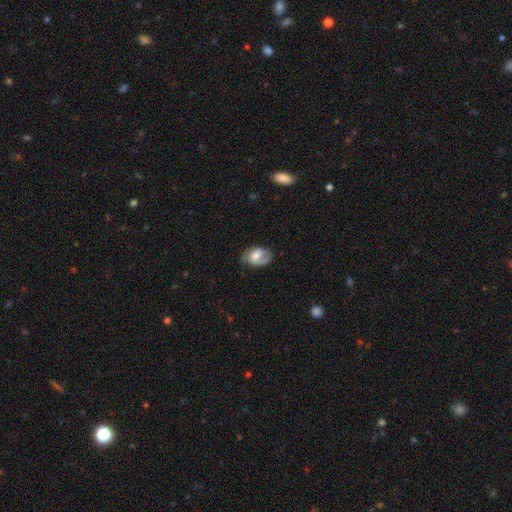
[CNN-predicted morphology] Q: Smooth or featured?
A: featured or disk (46%); tied with: smooth (46%)
Q: Merging?
A: none (58%); runner-up: minor disturbance (29%)